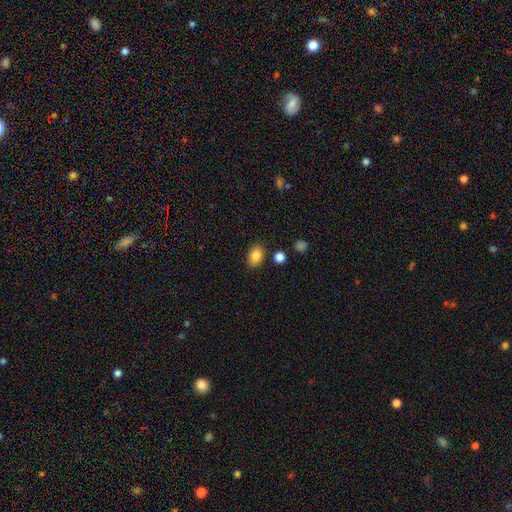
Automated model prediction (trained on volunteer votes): smooth-or-featured: smooth: 85% | star or artifact: 10% | featured or disk: 6%
  how-rounded: in between: 71% | round: 28% | cigar-shaped: 1%
  merging: none: 83% | minor disturbance: 10% | merger: 4% | major disturbance: 3%